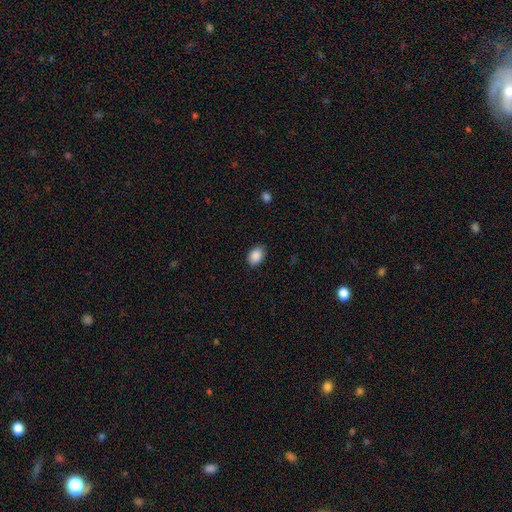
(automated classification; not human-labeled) Smooth or featured: smooth — 89% (star or artifact — 8%)
How rounded: in between — 80% (round — 19%)
Merging: none — 86% (minor disturbance — 11%)